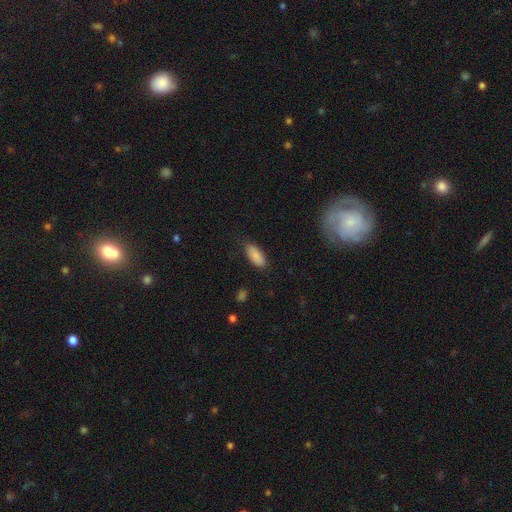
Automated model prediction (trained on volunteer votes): A smooth galaxy with no disk features (87%) that is in between round and cigar-shaped (88%).

Vote fractions:
- Smooth or featured? smooth: 87% / featured or disk: 7% / star or artifact: 6%
- How rounded? in between: 88% / cigar-shaped: 10% / round: 2%
- Merging? none: 78% / minor disturbance: 17% / major disturbance: 4% / merger: 1%